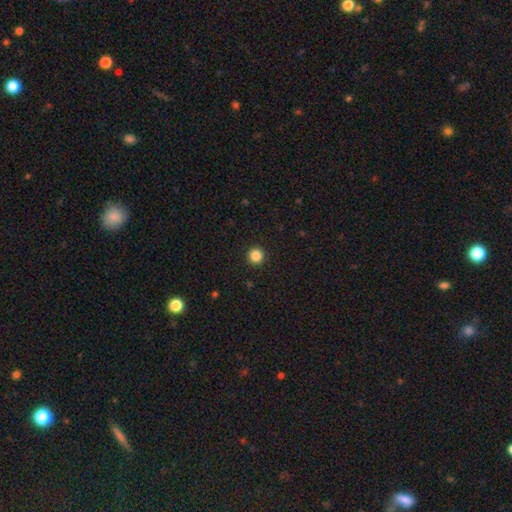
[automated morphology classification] Overall: smooth (85%). How rounded: round (96%). Merging: none (94%).